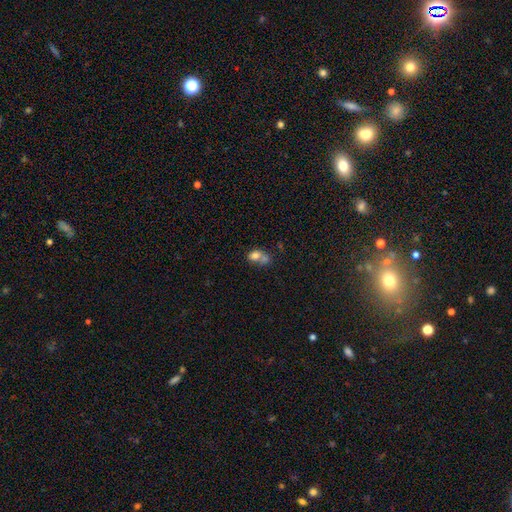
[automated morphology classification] Smooth or featured? smooth (73%)
How rounded? in between (54%)
Merging? merger (60%)